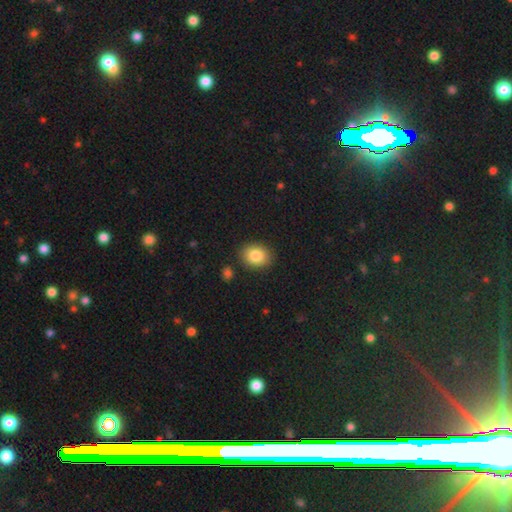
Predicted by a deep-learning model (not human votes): smooth 85%, star or artifact 8%, featured or disk 7%. Down the decision tree: how rounded — in between (58%); merging — none (86%).